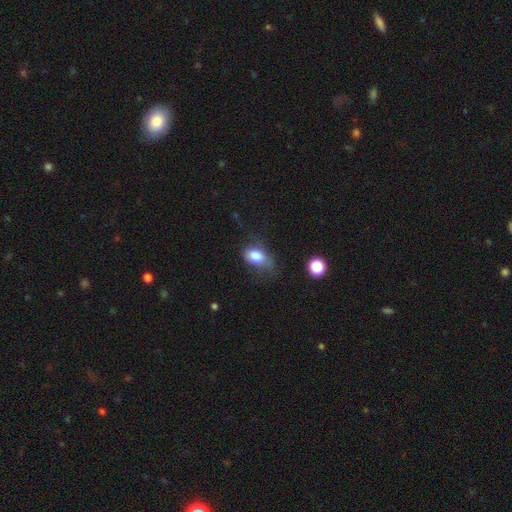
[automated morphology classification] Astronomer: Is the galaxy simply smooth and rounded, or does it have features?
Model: smooth — 80%.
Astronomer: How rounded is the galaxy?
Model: in between — 81%.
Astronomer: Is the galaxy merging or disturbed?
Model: none — 45% (runner-up: minor disturbance, 32%).